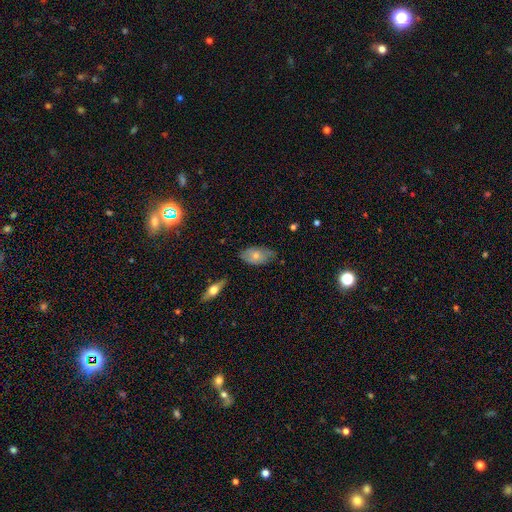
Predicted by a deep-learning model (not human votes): Smooth or featured?
  - smooth: 61% *
  - featured or disk: 32%
  - star or artifact: 7%
How rounded?
  - in between: 92% *
  - round: 5%
  - cigar-shaped: 3%
Merging?
  - none: 64% *
  - minor disturbance: 29%
  - major disturbance: 5%
  - merger: 2%